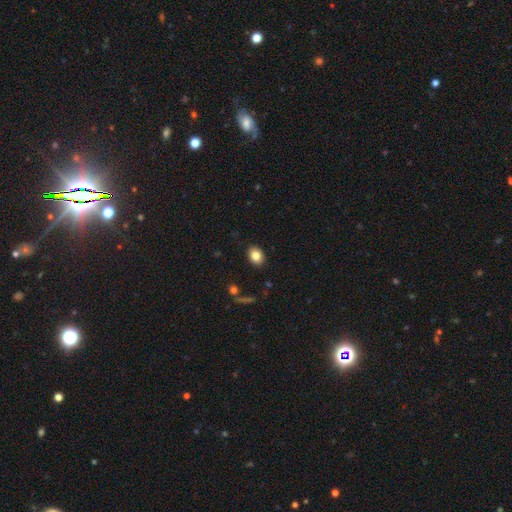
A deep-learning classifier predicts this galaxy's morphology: Smooth or featured?
  - smooth: 82% *
  - star or artifact: 9%
  - featured or disk: 9%
How rounded?
  - in between: 67% *
  - round: 32%
  - cigar-shaped: 1%
Merging?
  - none: 88% *
  - minor disturbance: 8%
  - major disturbance: 2%
  - merger: 1%